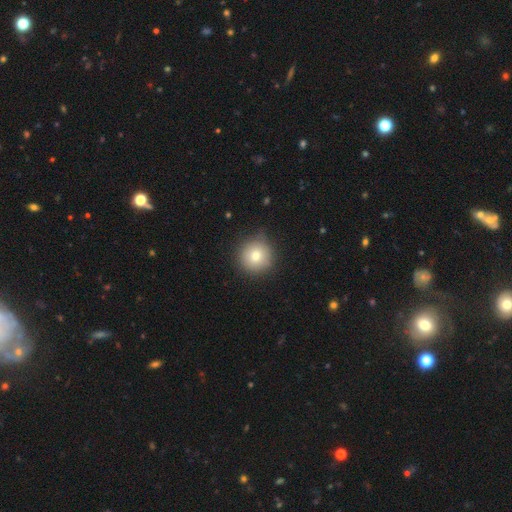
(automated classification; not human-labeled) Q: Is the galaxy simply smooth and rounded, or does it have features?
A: smooth — 77%.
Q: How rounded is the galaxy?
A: round — 95%.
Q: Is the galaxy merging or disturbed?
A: none — 83%.